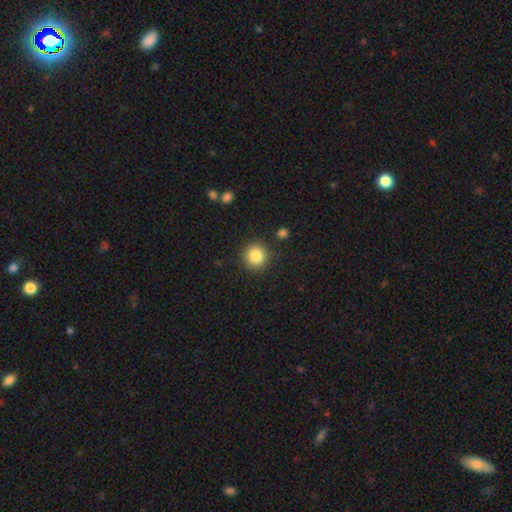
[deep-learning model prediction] Q: Smooth or featured?
A: smooth (85%); runner-up: star or artifact (10%)
Q: How rounded?
A: round (93%); runner-up: in between (6%)
Q: Merging?
A: none (89%); runner-up: minor disturbance (7%)